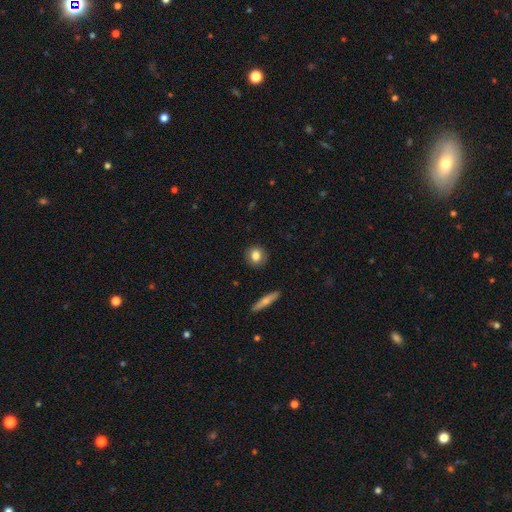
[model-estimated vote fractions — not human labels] This is clearly a smooth galaxy (81%). How rounded: clearly round (82%). Merging: clearly none (88%).